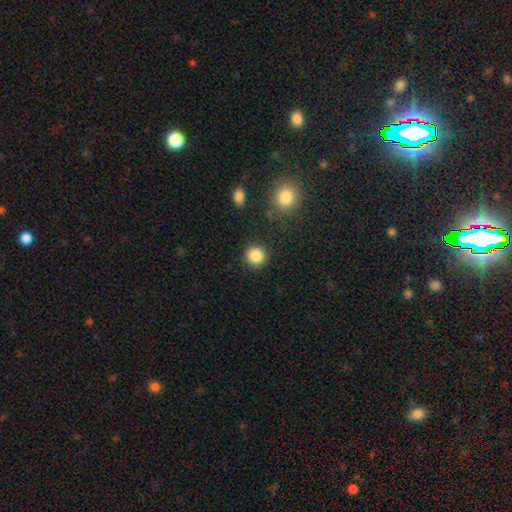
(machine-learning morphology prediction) smooth 86%, star or artifact 10%, featured or disk 4%. Down the decision tree: how rounded — round (93%); merging — none (90%).